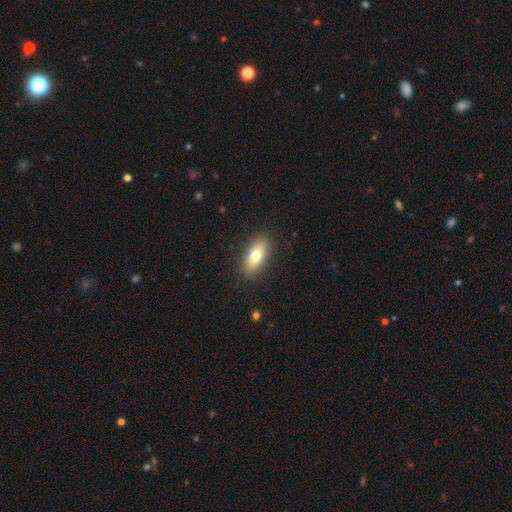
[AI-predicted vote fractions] A smooth galaxy with no disk features (75%) that is in between round and cigar-shaped (82%). Merging: none (89%).